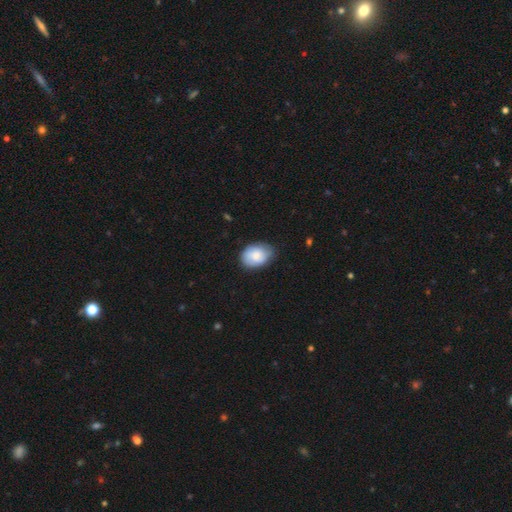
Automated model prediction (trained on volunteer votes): smooth_or_featured: smooth (p=0.79) [alt: featured or disk p=0.14]
how_rounded: in between (p=0.73) [alt: round p=0.26]
merging: none (p=0.72) [alt: minor disturbance p=0.23]